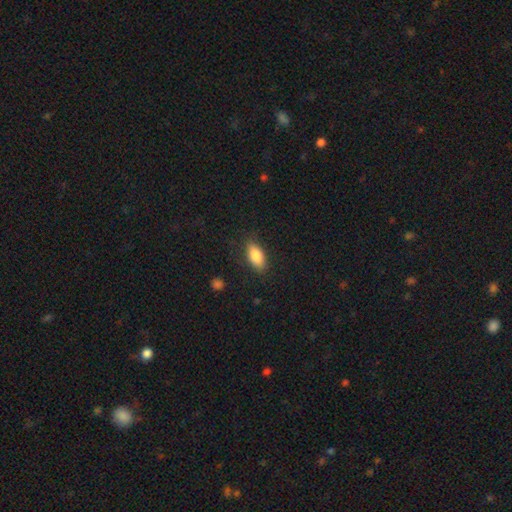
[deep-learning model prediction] This is clearly a smooth galaxy (83%). How rounded: clearly in between (87%). Merging: clearly none (84%).